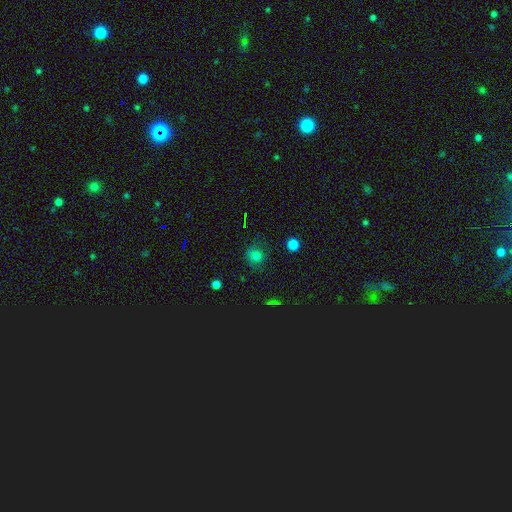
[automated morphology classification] Smooth or featured: smooth — 68% (star or artifact — 21%)
How rounded: round — 83% (in between — 16%)
Merging: none — 72% (minor disturbance — 18%)